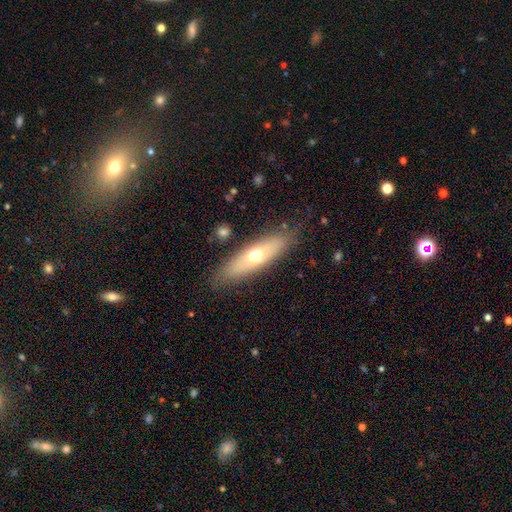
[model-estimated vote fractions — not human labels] Overall: smooth (56%; featured or disk 37%). How rounded: cigar-shaped (52%; in between 44%). Merging: none (83%).